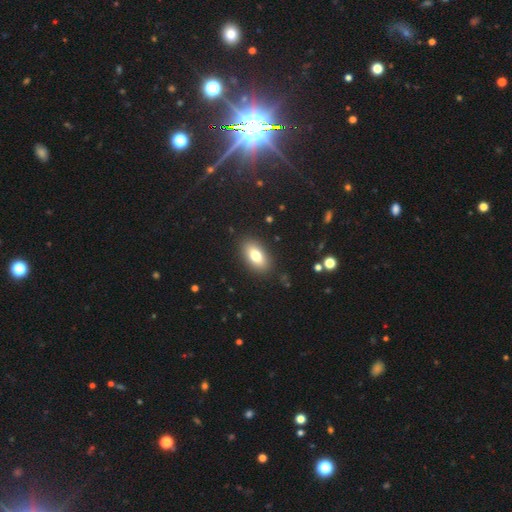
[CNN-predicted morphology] Overall: smooth (77%). How rounded: in between (90%). Merging: none (88%).